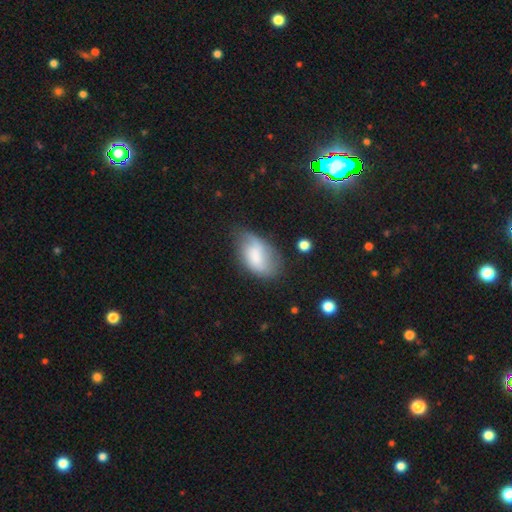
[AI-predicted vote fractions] Q: Smooth or featured?
A: smooth (64%); runner-up: featured or disk (28%)
Q: How rounded?
A: in between (92%); runner-up: round (6%)
Q: Merging?
A: none (43%); runner-up: minor disturbance (37%)